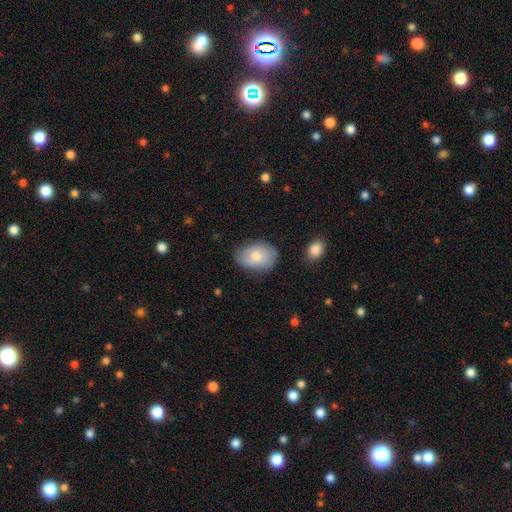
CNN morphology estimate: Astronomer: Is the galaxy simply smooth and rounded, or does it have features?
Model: smooth — 76%.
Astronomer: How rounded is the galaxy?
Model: in between — 79%.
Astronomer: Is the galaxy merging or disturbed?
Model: none — 75%.